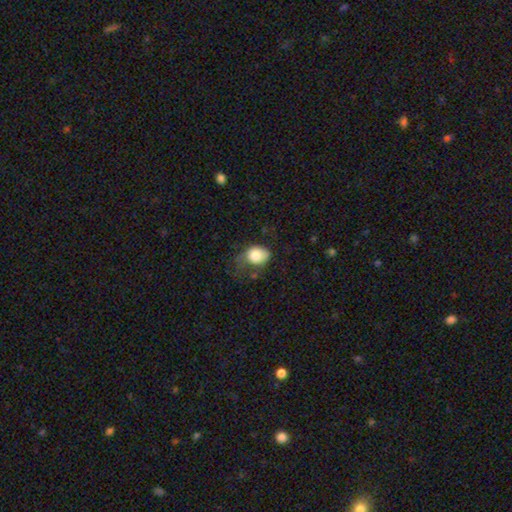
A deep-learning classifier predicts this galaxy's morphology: smooth_or_featured: smooth (p=0.81) [alt: featured or disk p=0.11]
how_rounded: in between (p=0.57) [alt: round p=0.42]
merging: minor disturbance (p=0.36) [alt: none p=0.33]